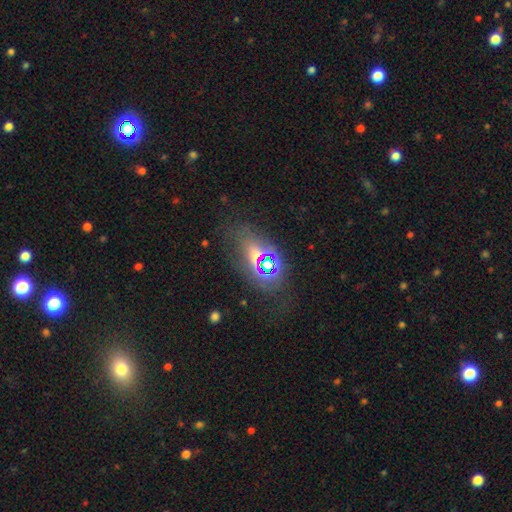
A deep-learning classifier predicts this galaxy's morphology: A star or artifact, not a galaxy (47%).